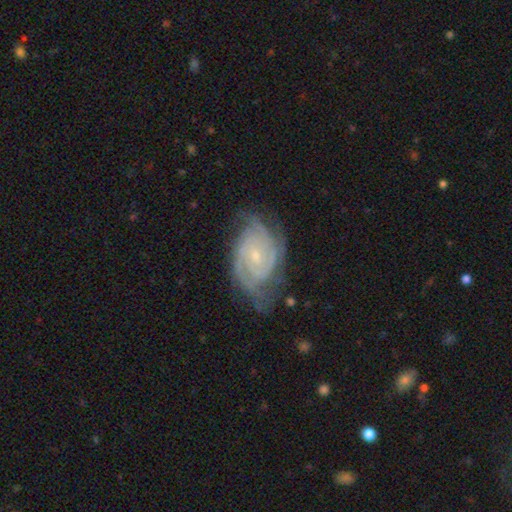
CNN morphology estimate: smooth-or-featured: featured or disk: 89% | smooth: 6% | star or artifact: 5%
  disk-edge-on: no: 97% | yes: 3%
    bar: no: 60% | weak: 33% | strong: 7%
    has-spiral-arms: yes: 98% | no: 2%
      spiral-winding: tight: 66% | medium: 29% | loose: 5%
      spiral-arm-count: 2: 42% | 3: 24% | can't tell: 16% | 4: 8% | 1: 5% | more than 4: 5%
    bulge-size: small: 72% | moderate: 23% | none: 3% | large: 1% | dominant: 1%
  merging: none: 67% | minor disturbance: 22% | major disturbance: 9% | merger: 2%